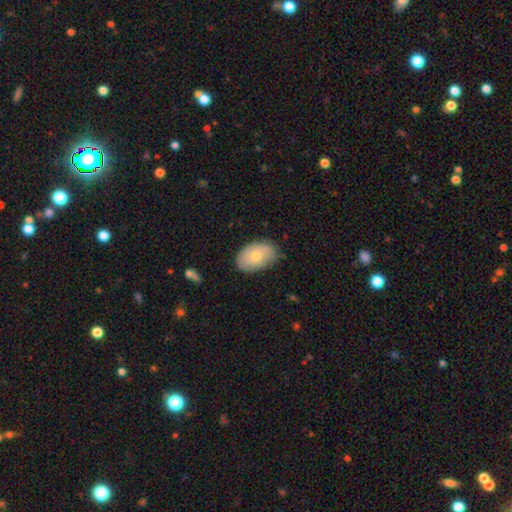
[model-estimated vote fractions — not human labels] Smooth or featured?
  - smooth: 74% *
  - featured or disk: 19%
  - star or artifact: 6%
How rounded?
  - in between: 91% *
  - round: 8%
  - cigar-shaped: 1%
Merging?
  - none: 78% *
  - minor disturbance: 17%
  - major disturbance: 3%
  - merger: 1%